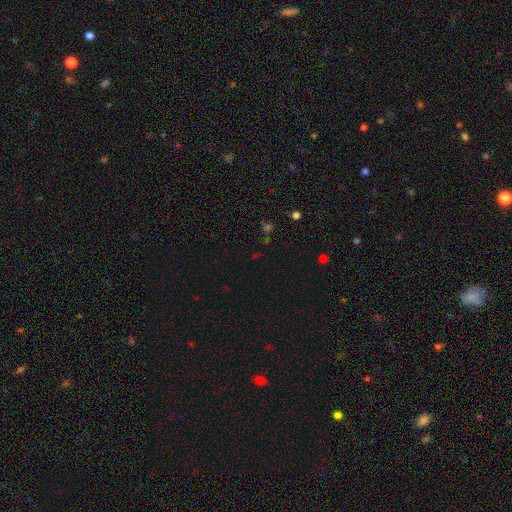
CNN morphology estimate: A star or artifact, not a galaxy (63%).